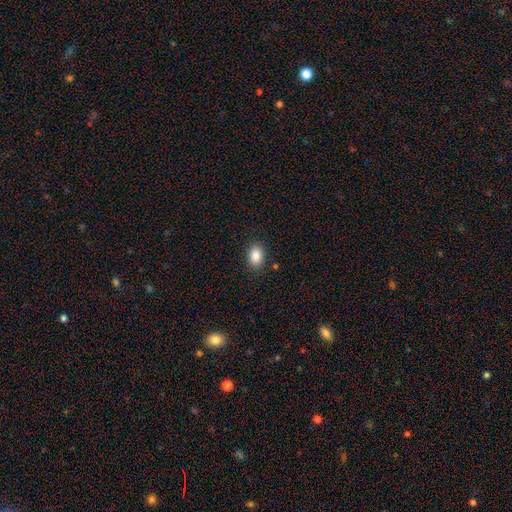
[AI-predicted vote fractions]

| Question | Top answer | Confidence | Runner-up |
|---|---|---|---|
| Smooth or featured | smooth | 87% | star or artifact (8%) |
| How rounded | in between | 82% | round (17%) |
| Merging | none | 87% | minor disturbance (9%) |